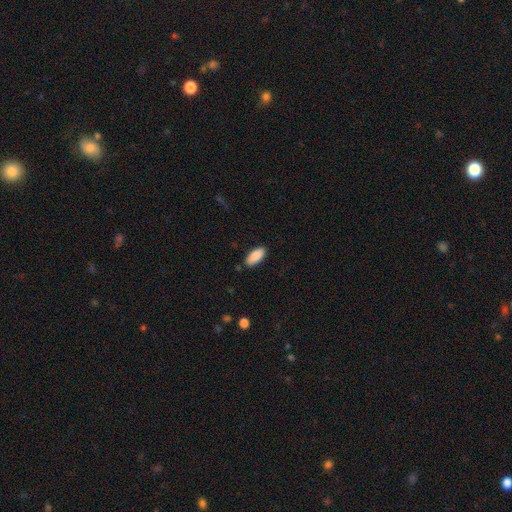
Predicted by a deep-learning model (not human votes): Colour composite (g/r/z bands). It shows a smooth galaxy with no disk features (89%) that is in between round and cigar-shaped (88%). Merging: none (86%).